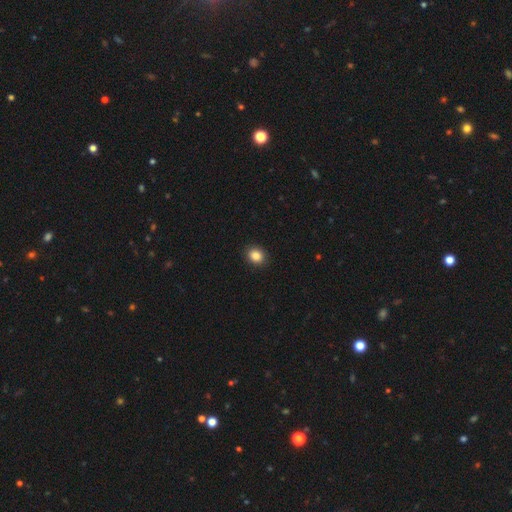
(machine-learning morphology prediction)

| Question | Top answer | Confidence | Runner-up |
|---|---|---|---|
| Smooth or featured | smooth | 87% | star or artifact (9%) |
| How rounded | round | 58% | in between (41%) |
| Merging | none | 90% | minor disturbance (7%) |